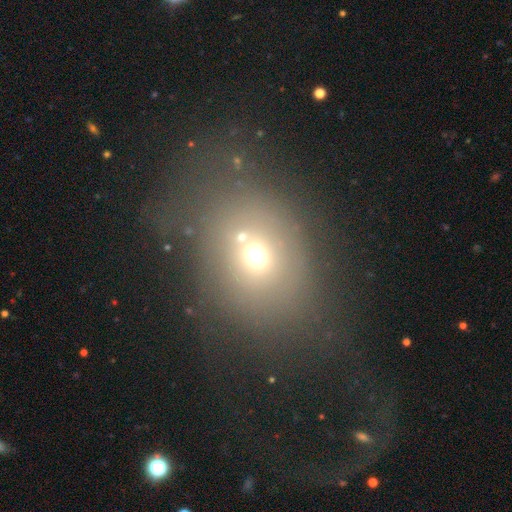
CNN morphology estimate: type=smooth (62%); roundness=round (52%); merging=none (51%).